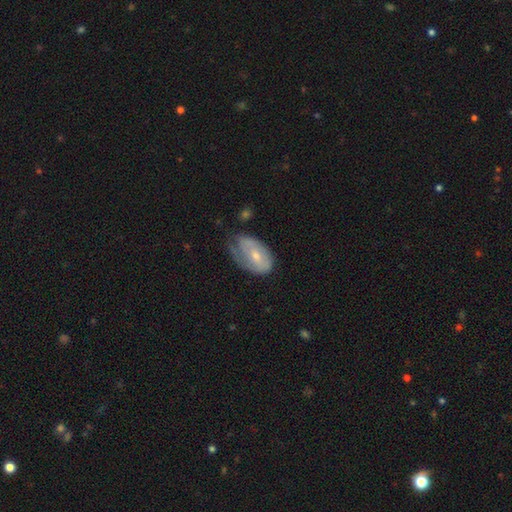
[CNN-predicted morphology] smooth-or-featured: featured or disk: 53% | smooth: 41% | star or artifact: 7%
  disk-edge-on: no: 94% | yes: 6%
  merging: minor disturbance: 39% | none: 37% | major disturbance: 22% | merger: 2%